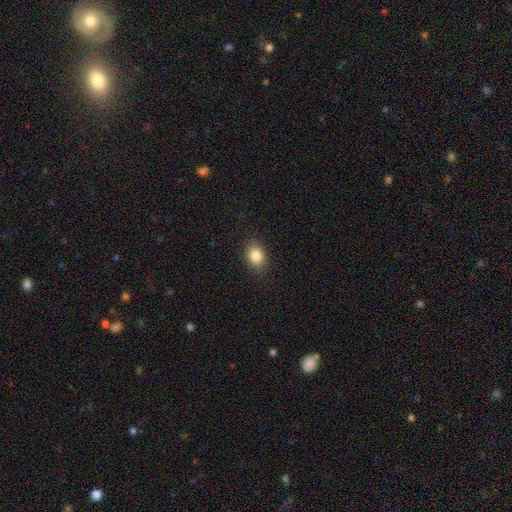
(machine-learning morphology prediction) smooth_or_featured: smooth (p=0.84) [alt: star or artifact p=0.09]
how_rounded: in between (p=0.67) [alt: round p=0.32]
merging: none (p=0.88) [alt: minor disturbance p=0.09]